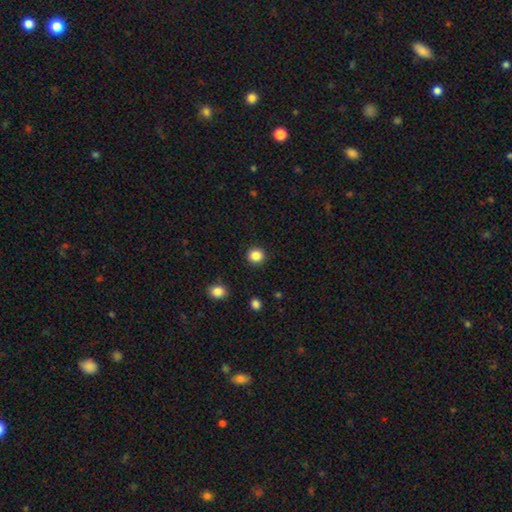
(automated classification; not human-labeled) smooth-or-featured: smooth: 86% | star or artifact: 11% | featured or disk: 4%
  how-rounded: round: 91% | in between: 8% | cigar-shaped: 1%
  merging: none: 92% | minor disturbance: 5% | major disturbance: 2% | merger: 1%